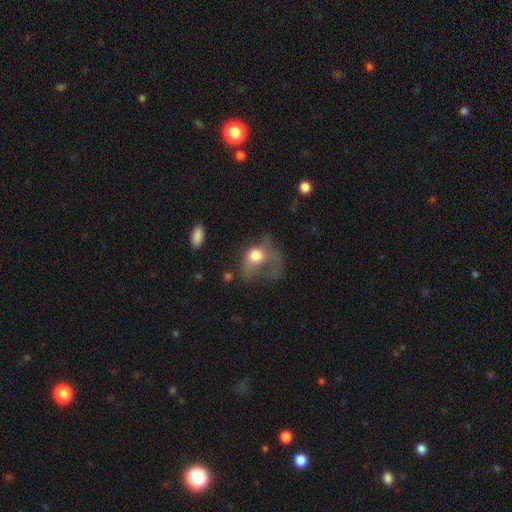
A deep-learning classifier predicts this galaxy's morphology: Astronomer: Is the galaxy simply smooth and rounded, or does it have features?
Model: smooth — 58%.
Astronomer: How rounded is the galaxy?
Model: in between — 51% (runner-up: round, 47%).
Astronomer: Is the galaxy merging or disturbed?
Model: major disturbance — 66%.